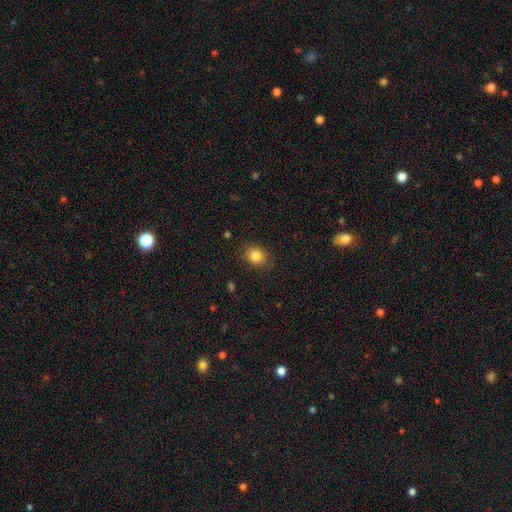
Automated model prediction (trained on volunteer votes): A smooth galaxy with no disk features (84%) that is round (55%). Merging: none (86%).